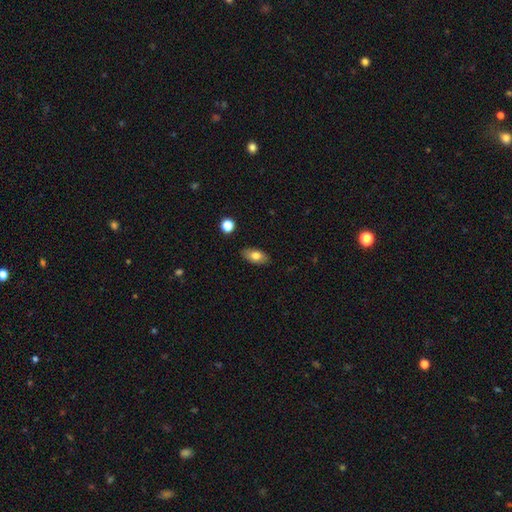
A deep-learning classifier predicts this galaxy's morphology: A smooth galaxy with no disk features (75%) that is in between round and cigar-shaped (91%). Merging: none (86%).